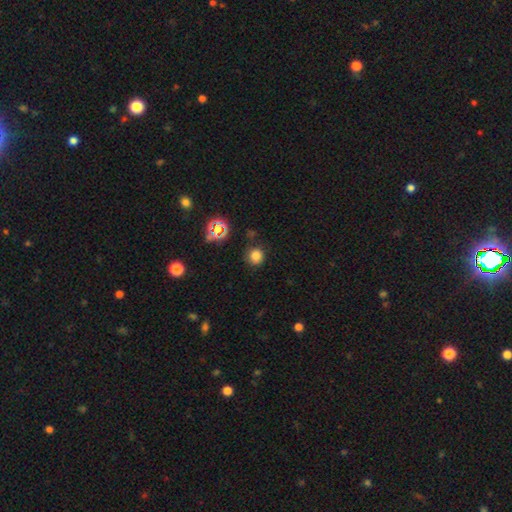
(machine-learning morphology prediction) A smooth galaxy with no disk features (78%) that is round (91%). Merging: none (83%).